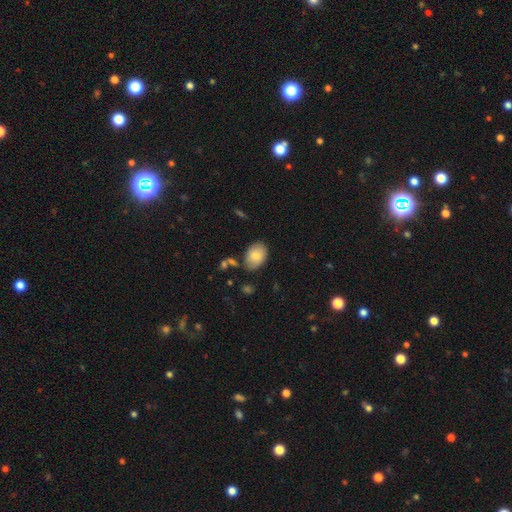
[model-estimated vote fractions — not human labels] Overall: smooth (79%). How rounded: in between (83%). Merging: none (71%).